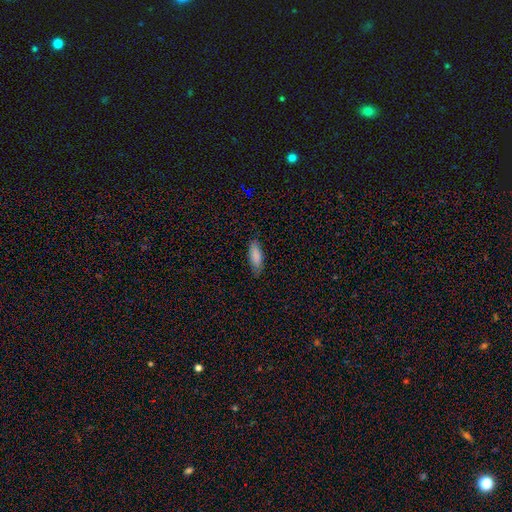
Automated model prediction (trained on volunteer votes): The model was most divided on "how rounded": in between: 69%, cigar-shaped: 29%, round: 2%. More confident: smooth or featured — smooth (86%); merging — none (77%).